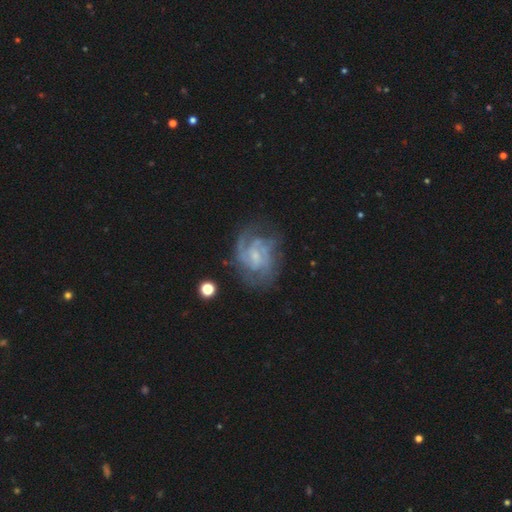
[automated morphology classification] Smooth or featured: featured or disk — 83% (smooth — 10%)
Edge-on disk: no — 98% (yes — 2%)
Bar: no — 51% (weak — 42%)
Spiral arms: yes — 92% (no — 8%)
Spiral winding: medium — 44% (tight — 43%)
Spiral arm count: can't tell — 31% (2 — 28%)
Bulge size: small — 62% (moderate — 19%)
Merging: none — 62% (minor disturbance — 20%)